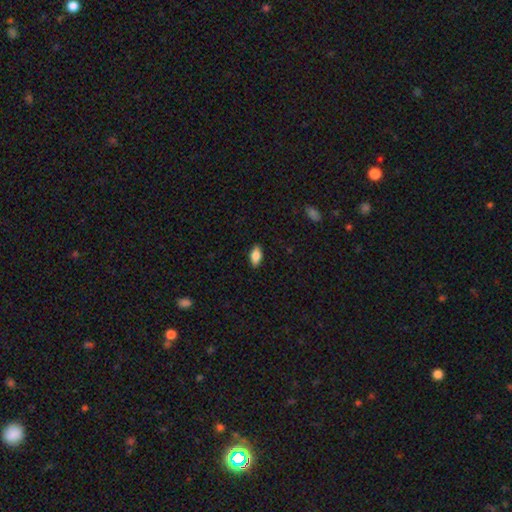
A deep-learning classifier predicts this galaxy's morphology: A smooth galaxy with no disk features (81%) that is in between round and cigar-shaped (88%).

Vote fractions:
- Smooth or featured? smooth: 81% / featured or disk: 12% / star or artifact: 7%
- How rounded? in between: 88% / cigar-shaped: 8% / round: 3%
- Merging? none: 88% / minor disturbance: 9% / major disturbance: 2% / merger: 1%